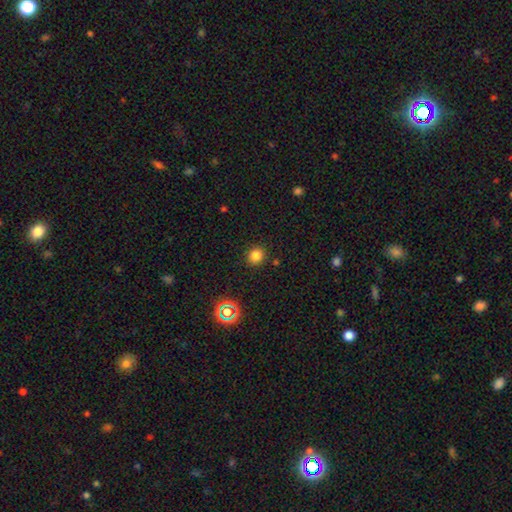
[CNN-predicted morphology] Overall: smooth (79%). How rounded: round (86%). Merging: none (89%).